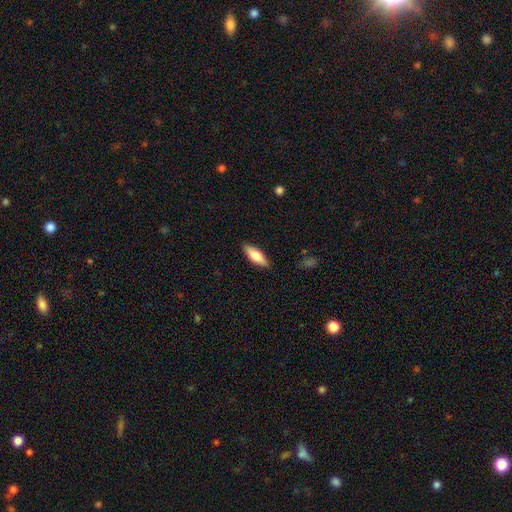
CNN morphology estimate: This is likely a smooth galaxy (65%). How rounded: possibly in between (56%). Merging: clearly none (88%).